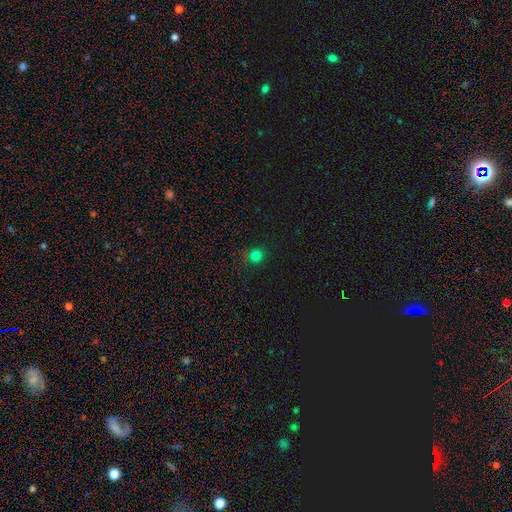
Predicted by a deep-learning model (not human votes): This appears to be a smooth galaxy with no disk features (78%) that is round (89%). Merging: none (81%).